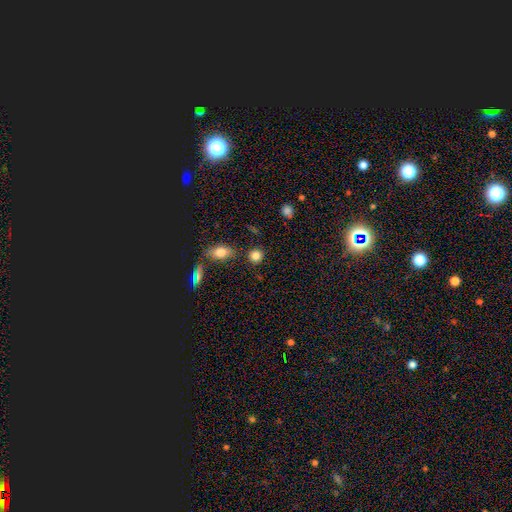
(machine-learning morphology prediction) Q: Smooth or featured?
A: smooth (84%); runner-up: star or artifact (10%)
Q: How rounded?
A: round (84%); runner-up: in between (14%)
Q: Merging?
A: none (83%); runner-up: minor disturbance (9%)